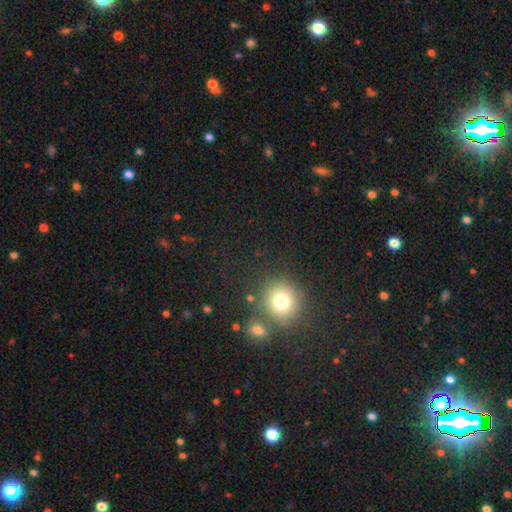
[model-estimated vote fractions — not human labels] Morphology: type=smooth (66%); roundness=round (89%); merging=none (82%).